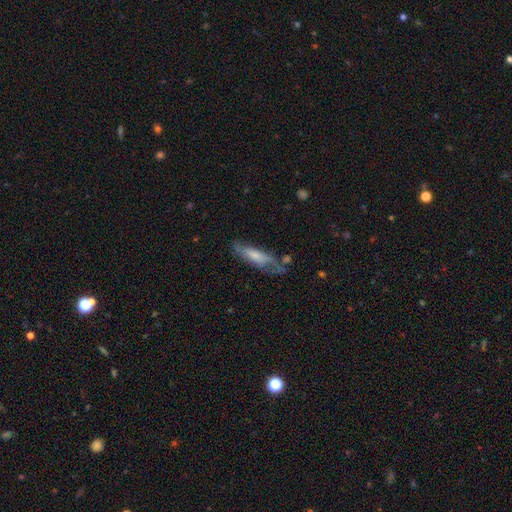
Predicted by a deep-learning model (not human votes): smooth 50%, featured or disk 43%, star or artifact 7%. Down the decision tree: how rounded — cigar-shaped (56%); merging — none (46%).